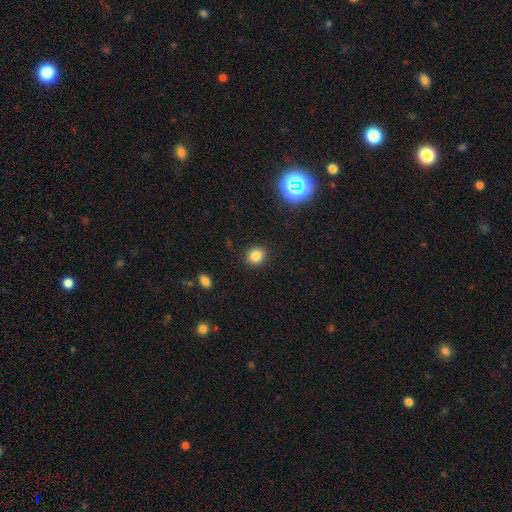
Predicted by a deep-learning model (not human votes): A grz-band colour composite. It shows a smooth galaxy with no disk features (83%) that is round (56%). Merging: none (89%).